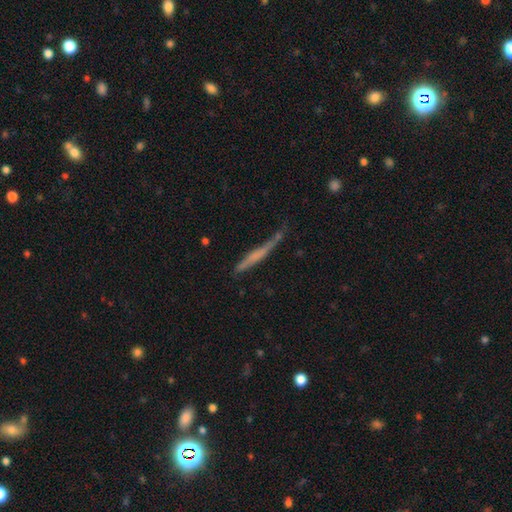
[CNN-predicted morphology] smooth-or-featured: smooth: 47% | featured or disk: 45% | star or artifact: 8%
  merging: none: 53% | minor disturbance: 28% | major disturbance: 13% | merger: 6%